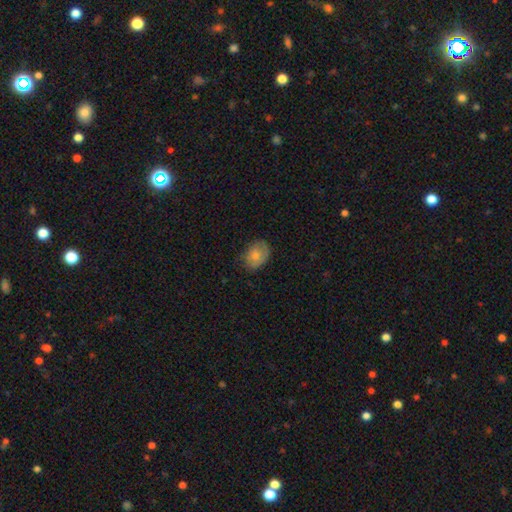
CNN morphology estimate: Smooth or featured? smooth (71%)
How rounded? in between (68%)
Merging? none (67%)